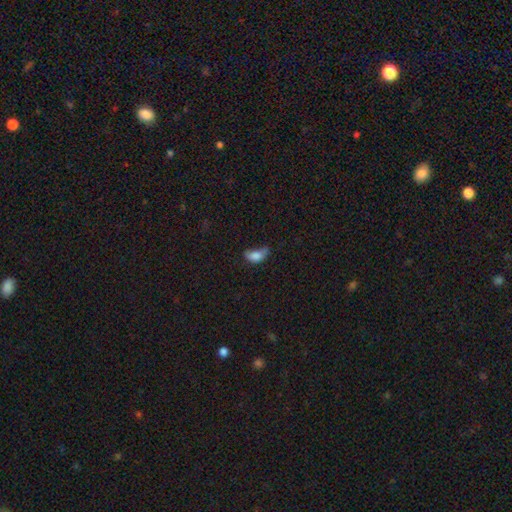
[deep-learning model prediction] Q: Smooth or featured?
A: smooth (78%); runner-up: featured or disk (12%)
Q: How rounded?
A: in between (89%); runner-up: round (8%)
Q: Merging?
A: minor disturbance (36%); runner-up: major disturbance (31%)